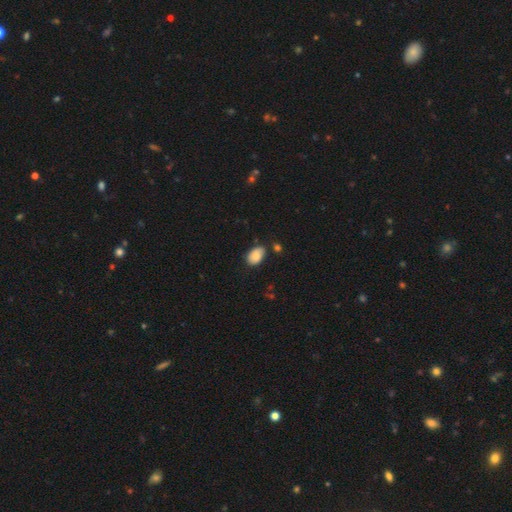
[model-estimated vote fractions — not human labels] A smooth galaxy with no disk features (86%) that is in between round and cigar-shaped (89%). Merging: none (73%).